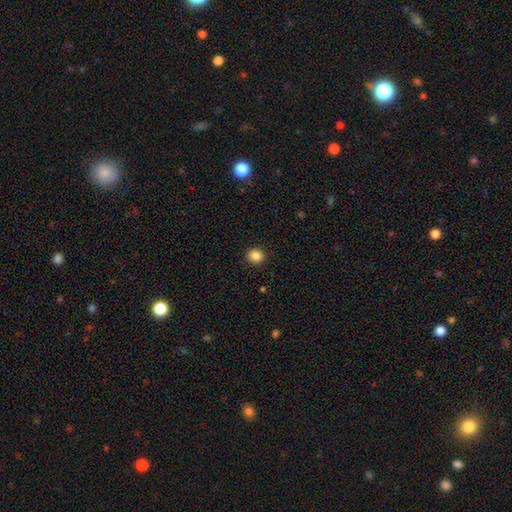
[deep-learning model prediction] This is clearly a smooth galaxy (86%). How rounded: likely round (79%). Merging: clearly none (92%).